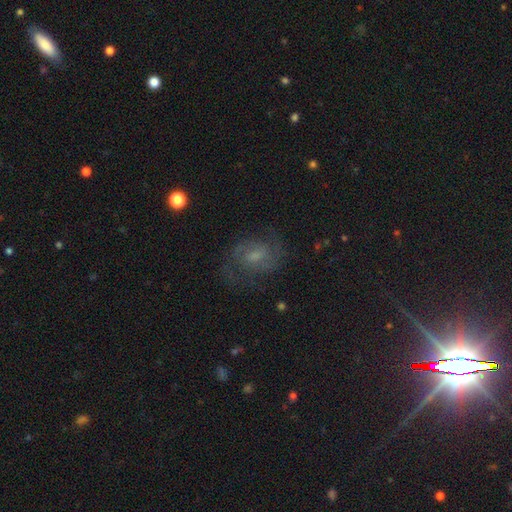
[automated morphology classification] This appears to be a featured or disk galaxy (65%) with a weak bar (52%), 2 (70%) medium (51%) spiral arms (89%) and a small central bulge (41%). Merging: none (70%).